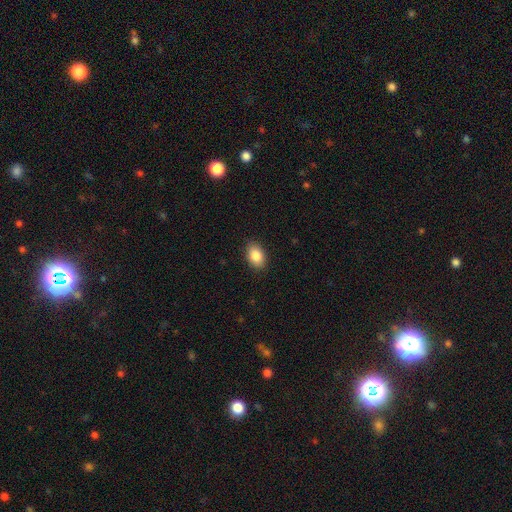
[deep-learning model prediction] A smooth galaxy with no disk features (87%) that is in between round and cigar-shaped (86%).

Vote fractions:
- Smooth or featured? smooth: 87% / star or artifact: 7% / featured or disk: 6%
- How rounded? in between: 86% / round: 13% / cigar-shaped: 1%
- Merging? none: 88% / minor disturbance: 9% / major disturbance: 2% / merger: 1%